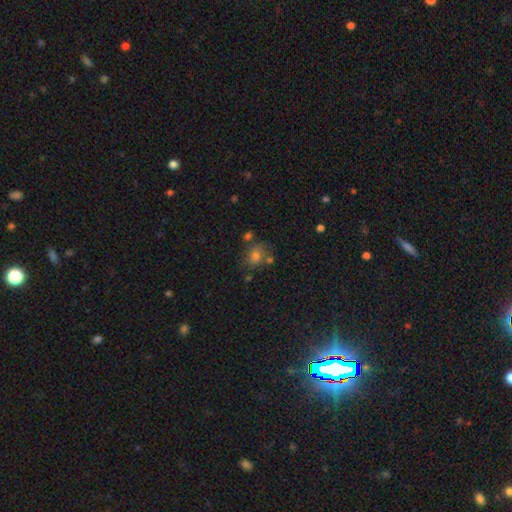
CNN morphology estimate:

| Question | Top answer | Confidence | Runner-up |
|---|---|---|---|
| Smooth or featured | smooth | 67% | star or artifact (18%) |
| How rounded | round | 58% | in between (41%) |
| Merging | none | 59% | minor disturbance (18%) |